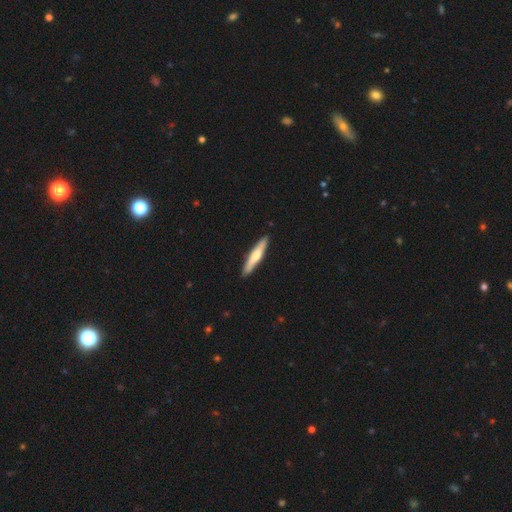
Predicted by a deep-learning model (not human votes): A smooth galaxy with no disk features (56%) that is cigar-shaped (91%).

Vote fractions:
- Smooth or featured? smooth: 56% / featured or disk: 39% / star or artifact: 5%
- How rounded? cigar-shaped: 91% / in between: 8% / round: 1%
- Merging? none: 90% / minor disturbance: 7% / major disturbance: 1% / merger: 1%